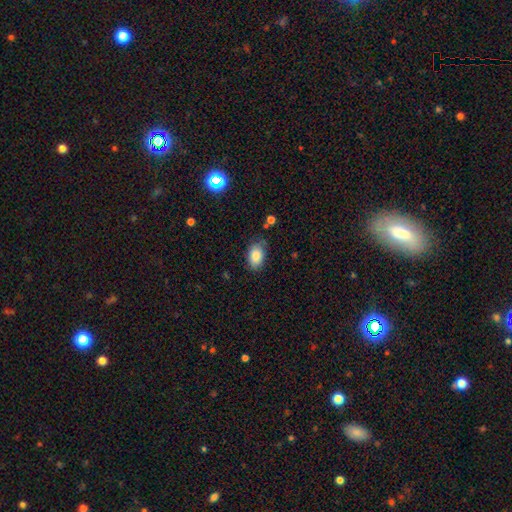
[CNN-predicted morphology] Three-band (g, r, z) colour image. It shows a smooth galaxy with no disk features (85%) that is in between round and cigar-shaped (87%). Merging: none (75%).